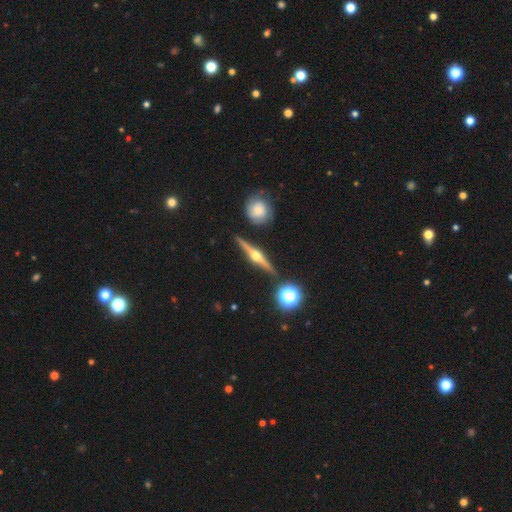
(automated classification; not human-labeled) smooth_or_featured: featured or disk (p=0.81) [alt: smooth p=0.13]
disk_edge_on: yes (p=0.97) [alt: no p=0.03]
edge_on_bulge: rounded (p=0.96) [alt: boxy p=0.02]
merging: none (p=0.88) [alt: minor disturbance p=0.07]